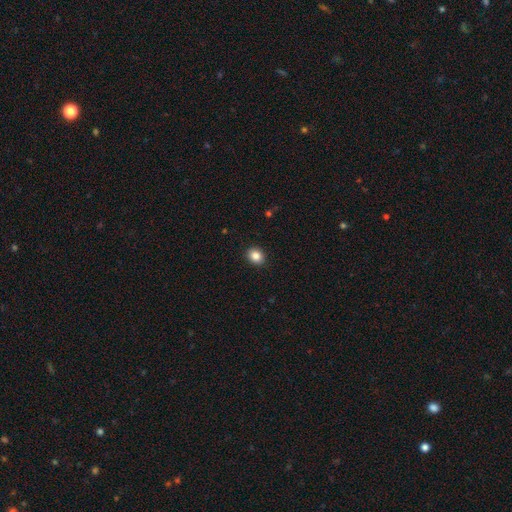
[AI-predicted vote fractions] This is clearly a smooth galaxy (86%). How rounded: possibly round (54%). Merging: clearly none (91%).